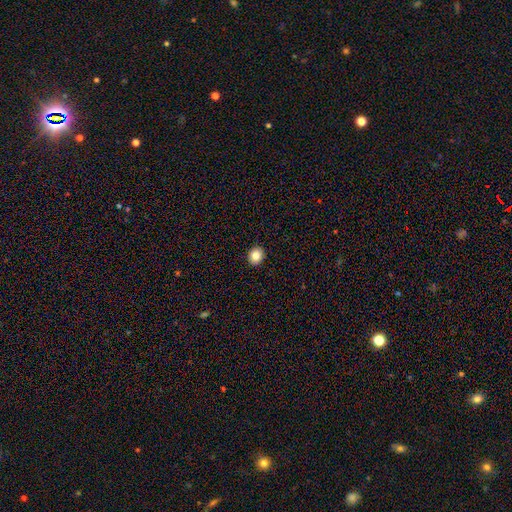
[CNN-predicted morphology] The model was most divided on "how rounded": round: 74%, in between: 25%, cigar-shaped: 1%. More confident: merging — none (92%); smooth or featured — smooth (84%).